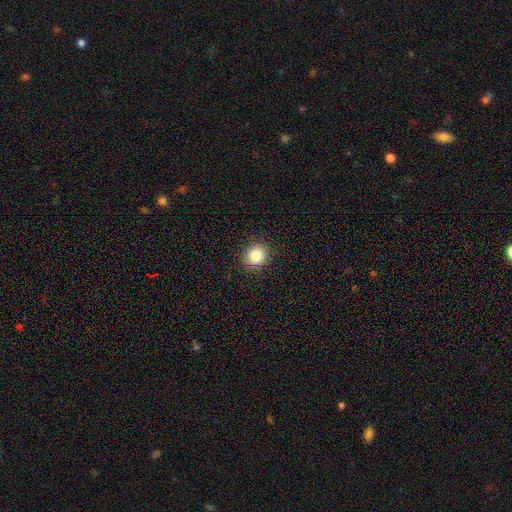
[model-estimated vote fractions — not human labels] Overall: smooth (83%). How rounded: round (82%). Merging: none (90%).